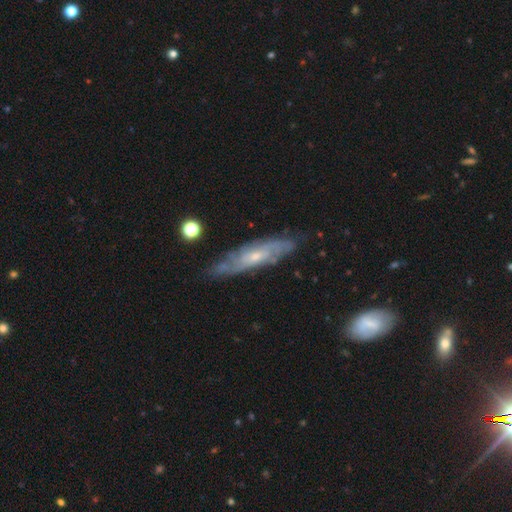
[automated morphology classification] smooth-or-featured: featured or disk: 73% | smooth: 20% | star or artifact: 7%
  disk-edge-on: no: 68% | yes: 32%
    bar: no: 66% | weak: 29% | strong: 5%
    has-spiral-arms: yes: 86% | no: 14%
    bulge-size: small: 66% | moderate: 29% | none: 3% | large: 1% | dominant: 1%
  merging: none: 75% | minor disturbance: 19% | major disturbance: 4% | merger: 2%